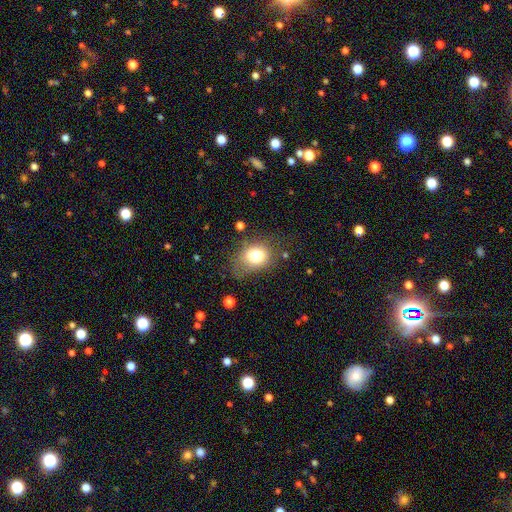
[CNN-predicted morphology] Smooth or featured: smooth — 75% (featured or disk — 14%)
How rounded: in between — 56% (round — 43%)
Merging: none — 58% (minor disturbance — 26%)